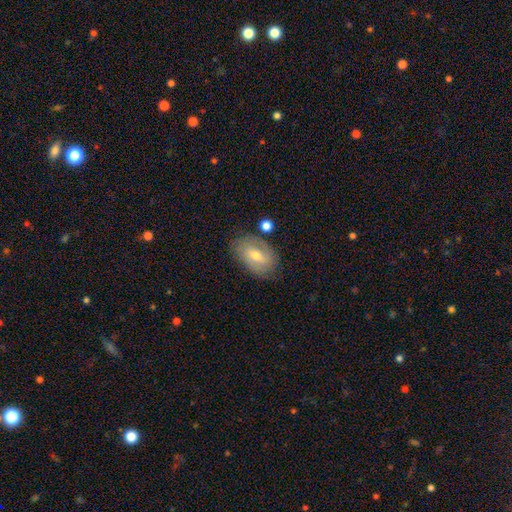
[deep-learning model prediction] The model was most divided on "smooth or featured": smooth: 52%, featured or disk: 40%, star or artifact: 8%. More confident: how rounded — in between (87%); merging — none (72%).